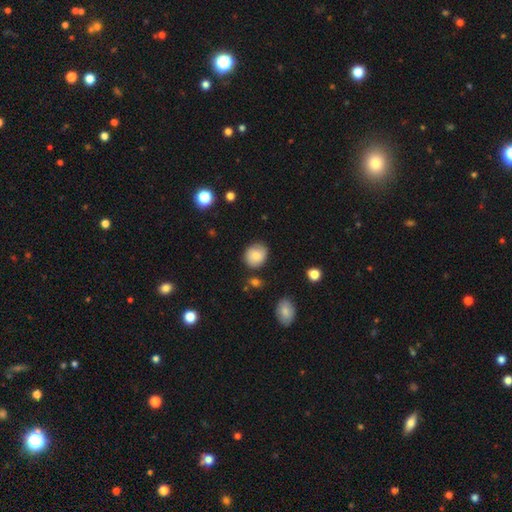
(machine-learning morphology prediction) Smooth or featured? Predicted: smooth (p=0.79). How rounded? Predicted: round (p=0.65). Merging? Predicted: none (p=0.73).